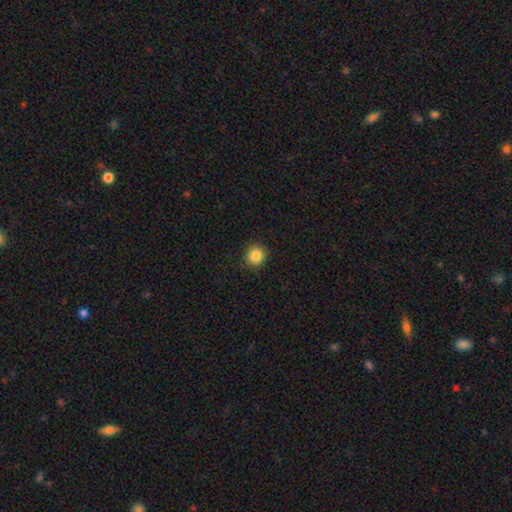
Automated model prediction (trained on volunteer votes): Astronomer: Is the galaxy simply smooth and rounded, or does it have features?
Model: smooth — 85%.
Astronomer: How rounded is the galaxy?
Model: round — 89%.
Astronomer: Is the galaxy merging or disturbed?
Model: none — 89%.